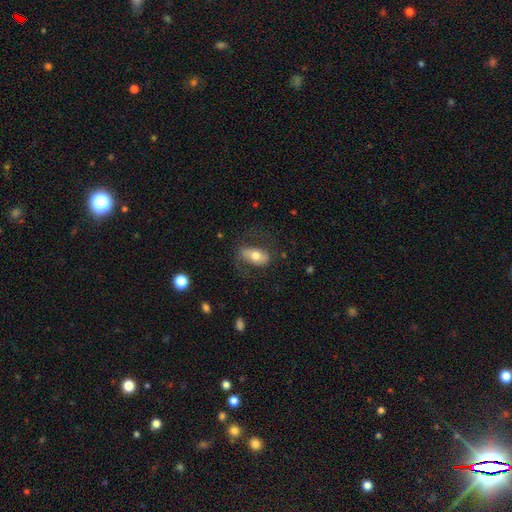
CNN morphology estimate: Overall: smooth (52%; featured or disk 41%). How rounded: in between (88%). Merging: none (65%).